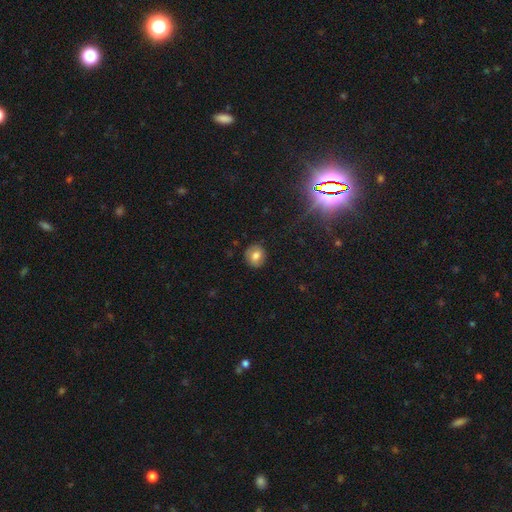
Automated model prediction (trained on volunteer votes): This appears to be a smooth galaxy with no disk features (74%) that is round (80%). Merging: none (87%).